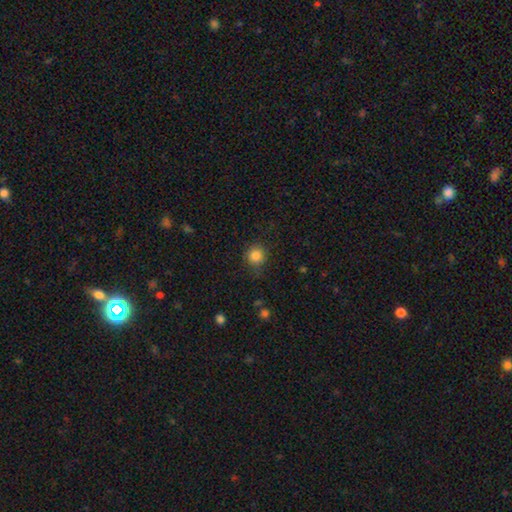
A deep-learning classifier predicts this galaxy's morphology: Q: Smooth or featured?
A: smooth (85%); runner-up: star or artifact (11%)
Q: How rounded?
A: round (92%); runner-up: in between (7%)
Q: Merging?
A: none (82%); runner-up: minor disturbance (13%)